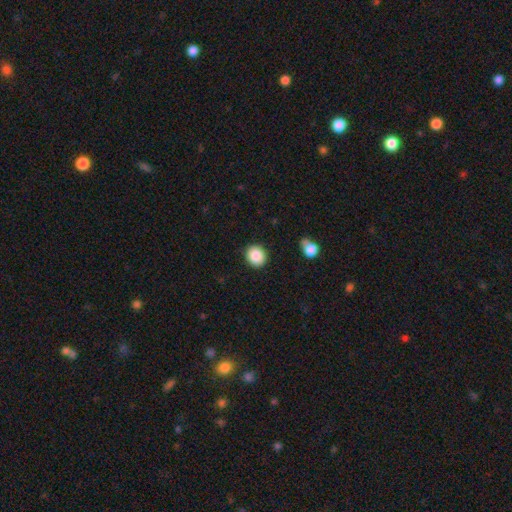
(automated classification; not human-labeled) Smooth or featured?
  - smooth: 87% *
  - star or artifact: 9%
  - featured or disk: 4%
How rounded?
  - round: 82% *
  - in between: 17%
  - cigar-shaped: 1%
Merging?
  - none: 88% *
  - minor disturbance: 8%
  - major disturbance: 2%
  - merger: 2%